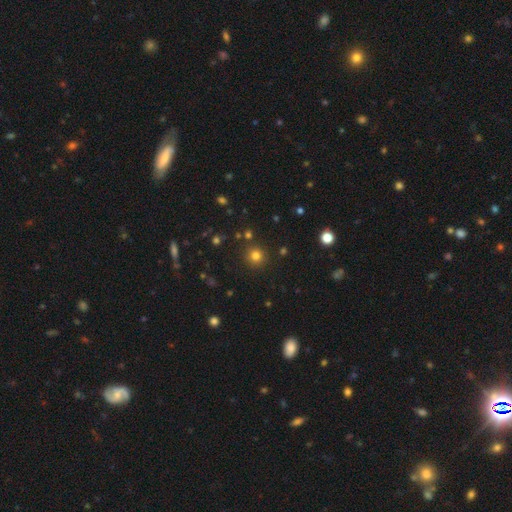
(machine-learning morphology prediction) Smooth or featured?
  - smooth: 78% *
  - star or artifact: 16%
  - featured or disk: 6%
How rounded?
  - round: 94% *
  - in between: 5%
  - cigar-shaped: 1%
Merging?
  - none: 89% *
  - minor disturbance: 6%
  - merger: 3%
  - major disturbance: 2%